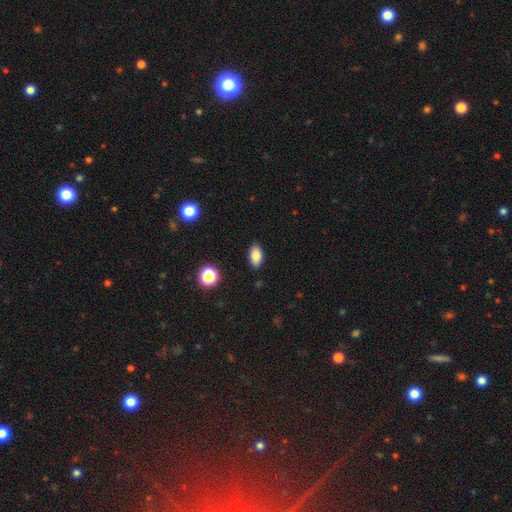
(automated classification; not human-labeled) Morphology: type=smooth (83%); roundness=in between (90%); merging=none (88%).